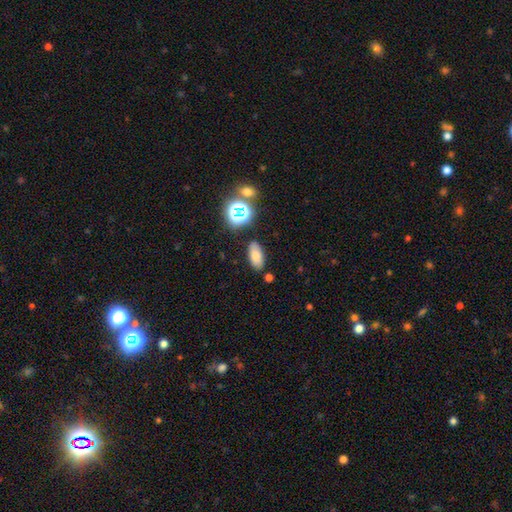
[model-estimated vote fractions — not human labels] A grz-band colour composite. It shows a smooth galaxy with no disk features (75%) that is in between round and cigar-shaped (88%). Merging: none (82%).